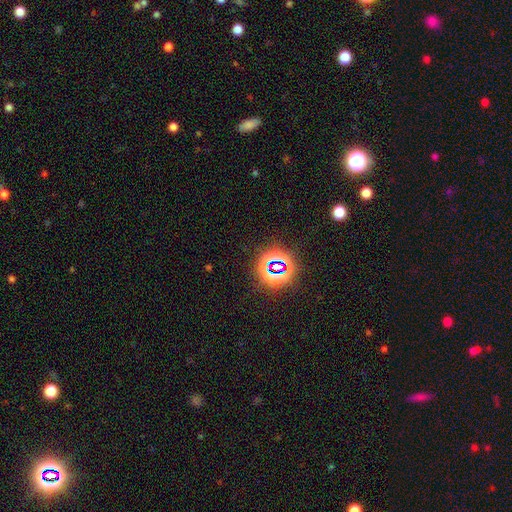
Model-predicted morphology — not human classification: Smooth or featured? Predicted: star or artifact (p=0.78).